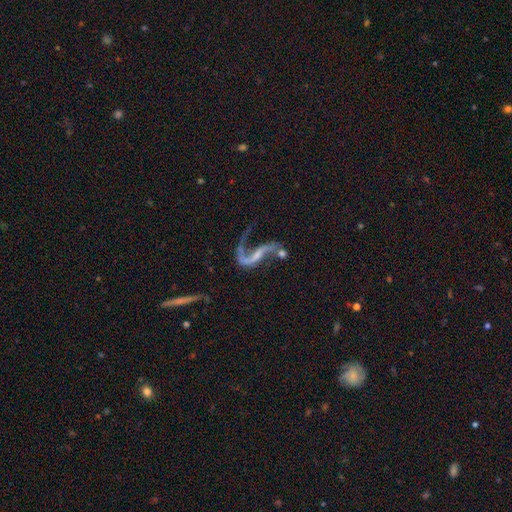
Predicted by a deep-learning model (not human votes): A featured or disk galaxy (84%) with no bar (36%), 2 (71%) loose (87%) spiral arms (87%) and a small central bulge (46%). Merging: none (37%).